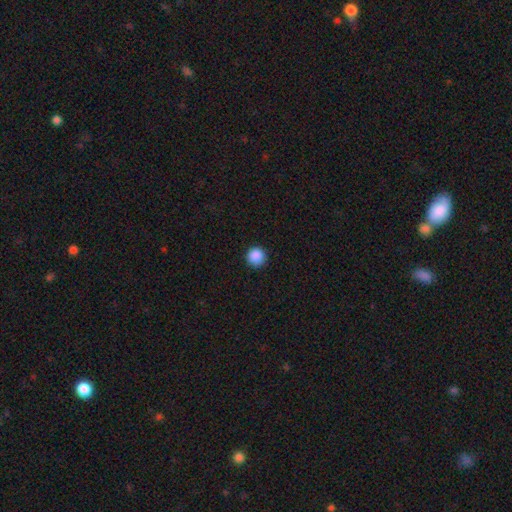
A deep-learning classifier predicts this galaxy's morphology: Smooth or featured?
  - smooth: 88% *
  - star or artifact: 9%
  - featured or disk: 2%
How rounded?
  - round: 96% *
  - in between: 3%
  - cigar-shaped: 1%
Merging?
  - none: 91% *
  - minor disturbance: 6%
  - major disturbance: 2%
  - merger: 1%